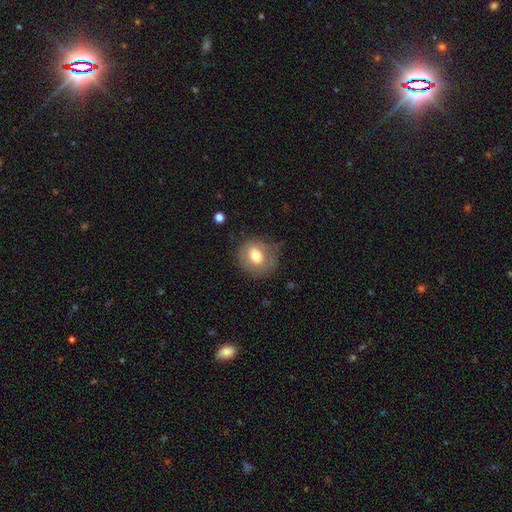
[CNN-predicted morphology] Smooth or featured? smooth (70%)
How rounded? round (75%)
Merging? none (71%)